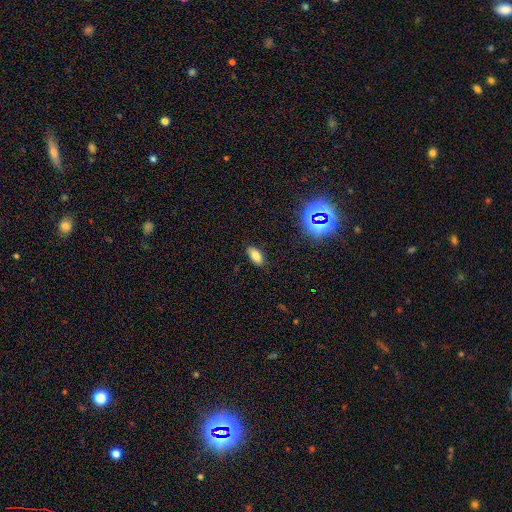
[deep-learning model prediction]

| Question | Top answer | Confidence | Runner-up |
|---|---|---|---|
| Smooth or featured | smooth | 79% | star or artifact (14%) |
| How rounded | in between | 91% | cigar-shaped (5%) |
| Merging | none | 86% | minor disturbance (10%) |